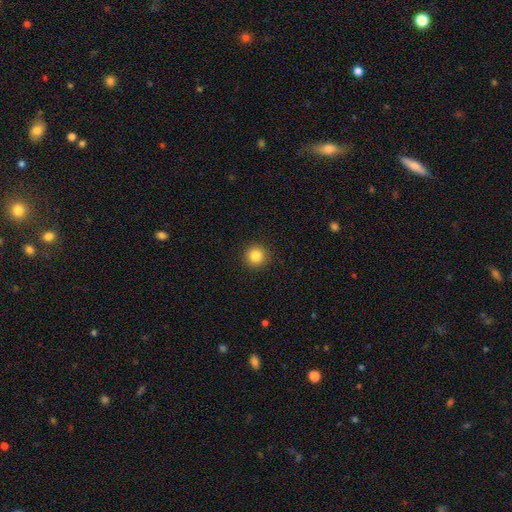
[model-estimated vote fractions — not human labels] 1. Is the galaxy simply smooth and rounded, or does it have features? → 84% smooth, 11% star or artifact, 5% featured or disk.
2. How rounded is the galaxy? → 95% round, 4% in between, 1% cigar-shaped.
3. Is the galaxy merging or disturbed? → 93% none, 5% minor disturbance, 2% major disturbance, 1% merger.